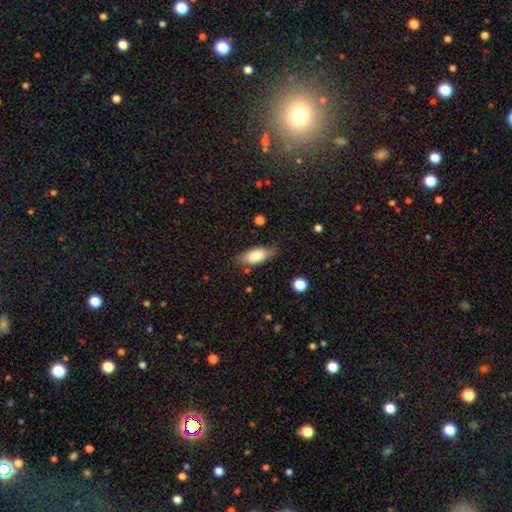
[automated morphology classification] smooth-or-featured: smooth: 77% | featured or disk: 16% | star or artifact: 7%
  how-rounded: in between: 82% | cigar-shaped: 15% | round: 3%
  merging: none: 72% | minor disturbance: 21% | major disturbance: 4% | merger: 2%